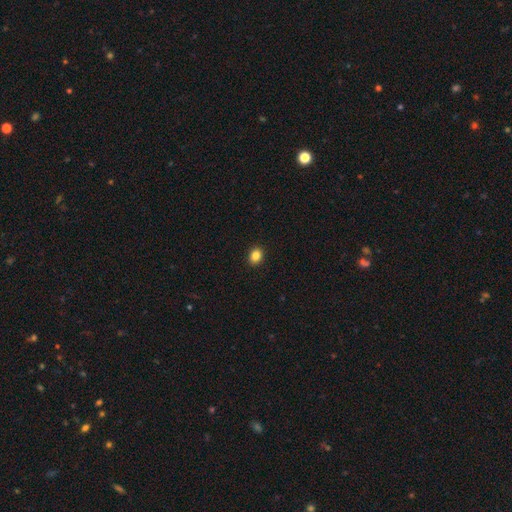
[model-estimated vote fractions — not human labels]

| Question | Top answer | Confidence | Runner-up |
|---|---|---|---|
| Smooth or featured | smooth | 85% | star or artifact (10%) |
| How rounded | in between | 50% | round (49%) |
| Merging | none | 92% | minor disturbance (6%) |